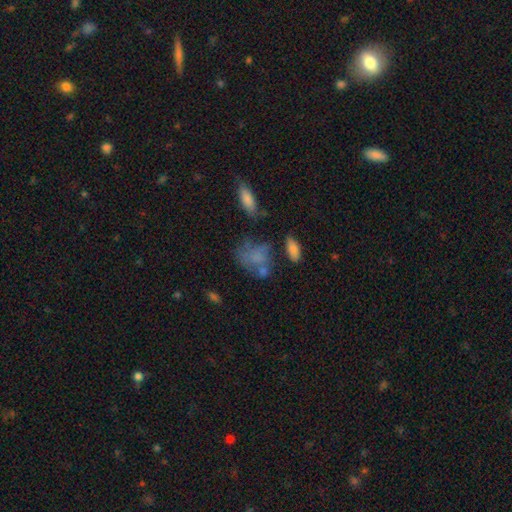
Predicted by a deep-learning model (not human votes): Q: Smooth or featured?
A: smooth (62%); runner-up: featured or disk (25%)
Q: How rounded?
A: in between (62%); runner-up: round (35%)
Q: Merging?
A: none (38%); runner-up: minor disturbance (23%)